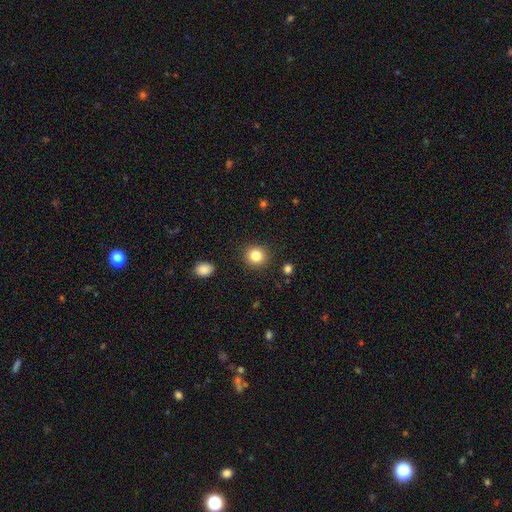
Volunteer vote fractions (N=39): A smooth galaxy with no disk features (97%) that is round (95%). Merging: none (95%).